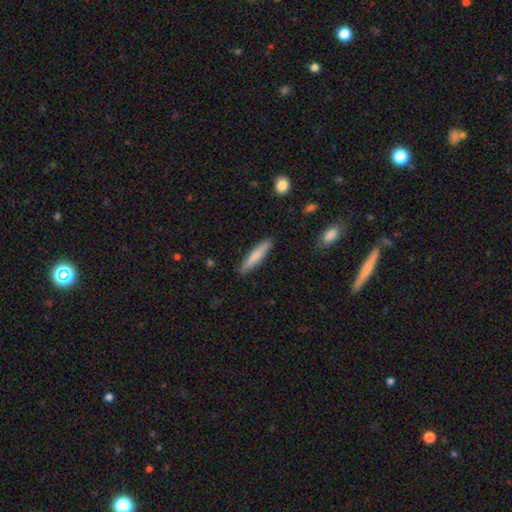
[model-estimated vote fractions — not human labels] A smooth galaxy with no disk features (77%) that is cigar-shaped (90%).

Vote fractions:
- Smooth or featured? smooth: 77% / featured or disk: 17% / star or artifact: 6%
- How rounded? cigar-shaped: 90% / in between: 9% / round: 1%
- Merging? none: 89% / minor disturbance: 8% / major disturbance: 2% / merger: 1%